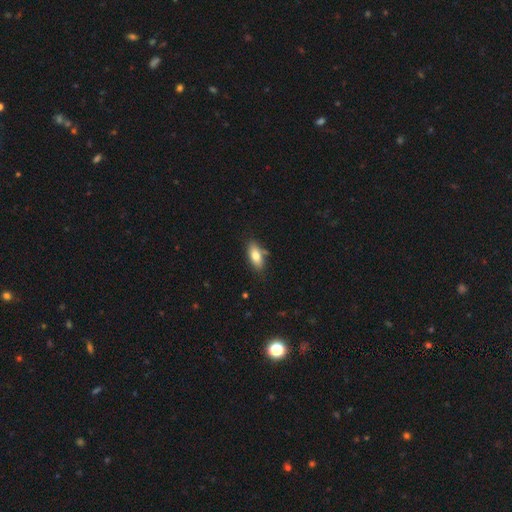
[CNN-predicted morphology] This is likely a smooth galaxy (78%). How rounded: clearly in between (84%). Merging: likely none (75%).